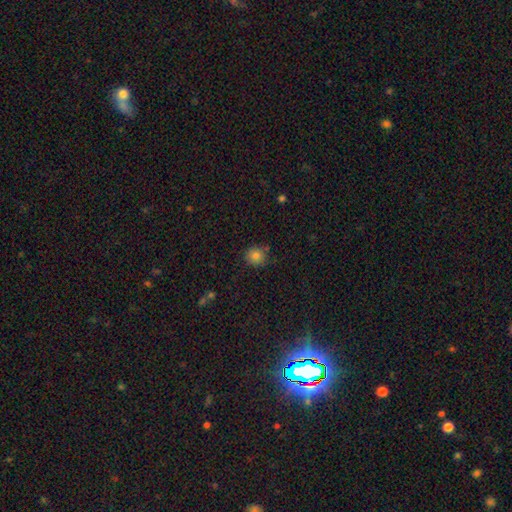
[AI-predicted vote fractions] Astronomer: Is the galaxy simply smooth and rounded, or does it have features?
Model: smooth — 81%.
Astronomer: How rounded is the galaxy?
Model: round — 89%.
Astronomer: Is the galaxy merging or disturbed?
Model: none — 81%.